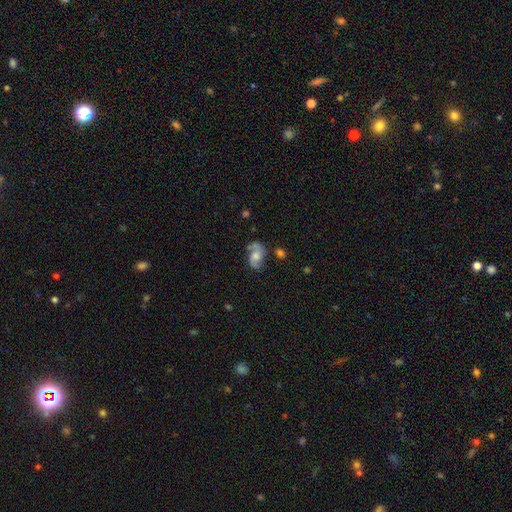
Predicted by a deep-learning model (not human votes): Morphology: type=featured or disk (73%); edge-on=no (97%); bar=no (65%); spiral arms=yes (92%); winding=medium (45%); arm count=2 (88%); bulge=moderate (55%); merging=none (65%).